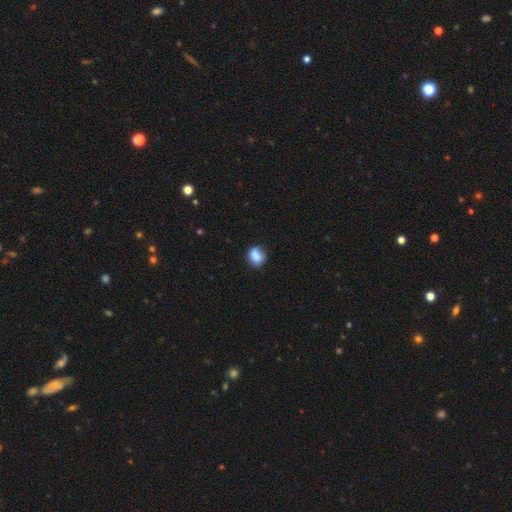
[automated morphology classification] This appears to be a smooth galaxy with no disk features (83%) that is round (52%). Merging: none (63%).